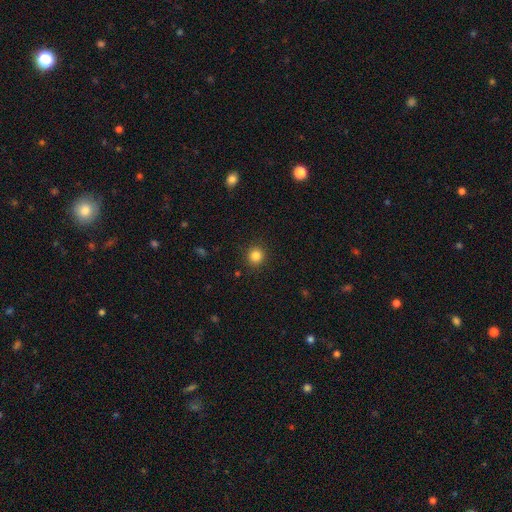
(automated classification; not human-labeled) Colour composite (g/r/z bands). It shows a smooth galaxy with no disk features (84%) that is round (92%). Merging: none (91%).